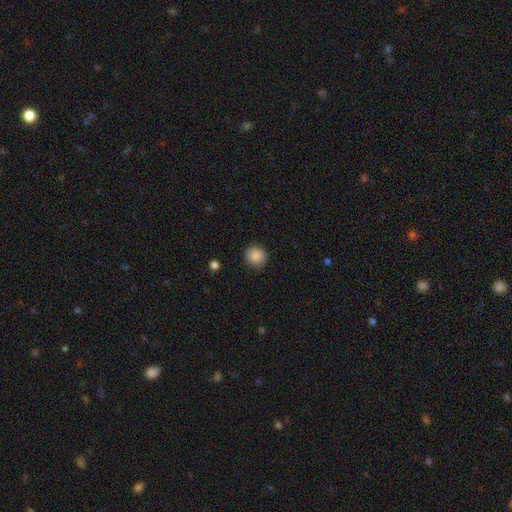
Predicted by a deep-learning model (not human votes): This is clearly a smooth galaxy (88%). How rounded: clearly round (91%). Merging: clearly none (88%).